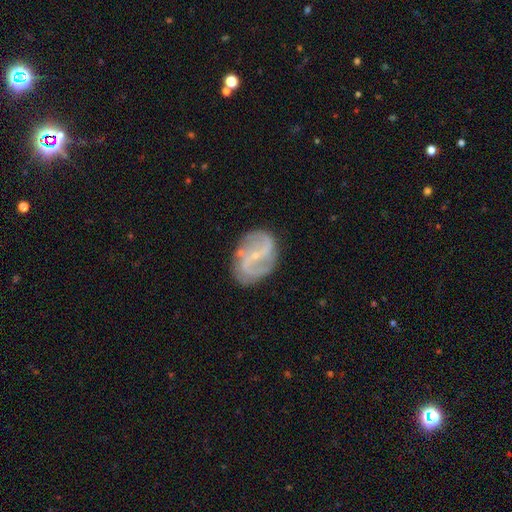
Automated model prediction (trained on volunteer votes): smooth_or_featured: featured or disk (p=0.84) [alt: smooth p=0.10]
disk_edge_on: no (p=0.97) [alt: yes p=0.03]
bar: weak (p=0.43) [alt: strong p=0.31]
has_spiral_arms: yes (p=0.91) [alt: no p=0.09]
spiral_winding: loose (p=0.50) [alt: medium p=0.35]
spiral_arm_count: 2 (p=0.82) [alt: can't tell p=0.08]
bulge_size: small (p=0.82) [alt: moderate p=0.11]
merging: none (p=0.75) [alt: minor disturbance p=0.17]